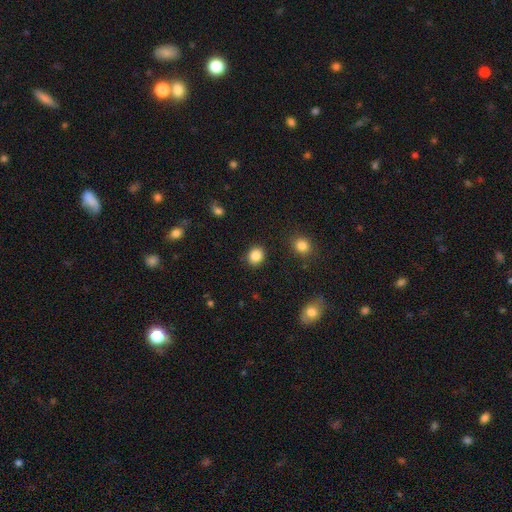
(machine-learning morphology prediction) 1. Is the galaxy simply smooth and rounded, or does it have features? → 86% smooth, 10% star or artifact, 4% featured or disk.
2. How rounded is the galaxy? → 75% round, 24% in between, 1% cigar-shaped.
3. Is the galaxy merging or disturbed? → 89% none, 7% minor disturbance, 2% major disturbance, 2% merger.